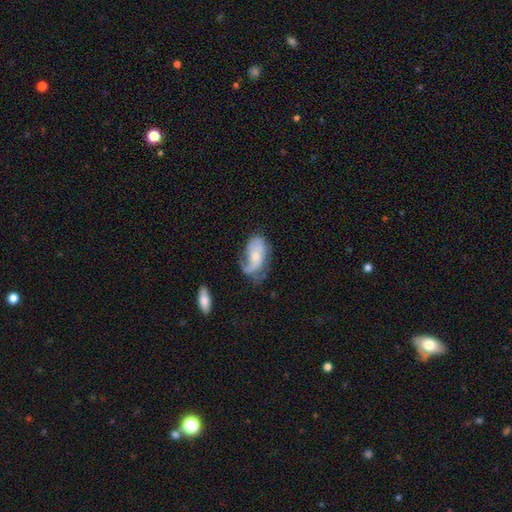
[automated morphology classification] Smooth or featured? Predicted: featured or disk (p=0.57). Edge-on disk? Predicted: no (p=0.94). Bar? Predicted: no (p=0.70). Spiral arms? Predicted: yes (p=0.78). Bulge size? Predicted: small (p=0.54). Merging? Predicted: none (p=0.34).